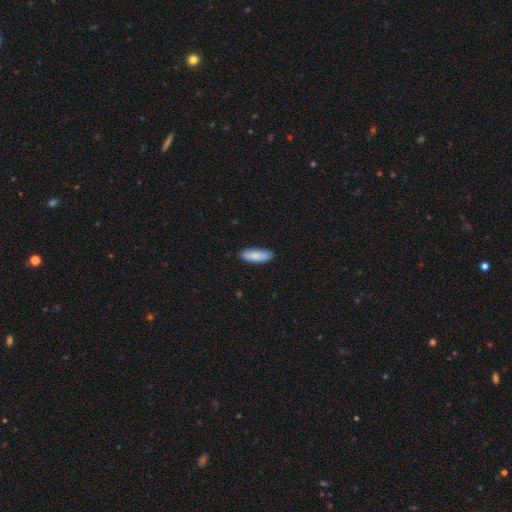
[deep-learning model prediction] Smooth or featured?
  - smooth: 87% *
  - featured or disk: 8%
  - star or artifact: 5%
How rounded?
  - in between: 65% *
  - cigar-shaped: 33%
  - round: 2%
Merging?
  - none: 88% *
  - minor disturbance: 9%
  - major disturbance: 2%
  - merger: 1%